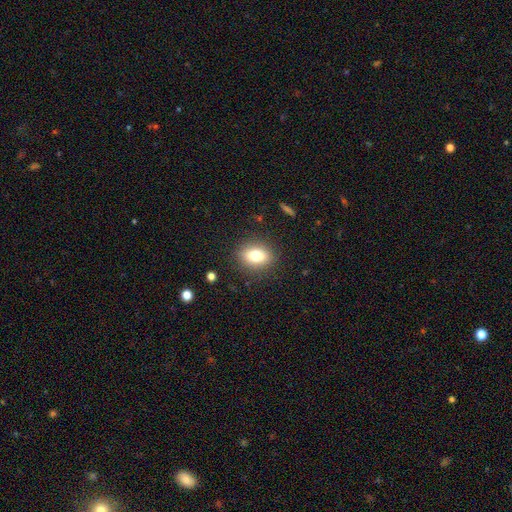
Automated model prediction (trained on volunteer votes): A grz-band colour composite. It shows a smooth galaxy with no disk features (77%) that is in between round and cigar-shaped (66%). Merging: none (87%).